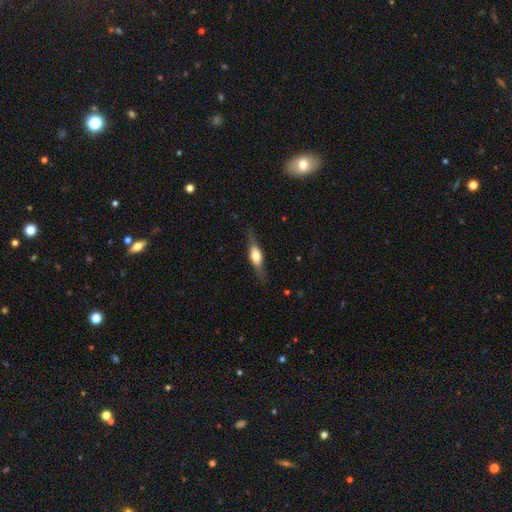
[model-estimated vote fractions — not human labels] smooth 47%, featured or disk 46%, star or artifact 6%. Down the decision tree: merging — none (78%).